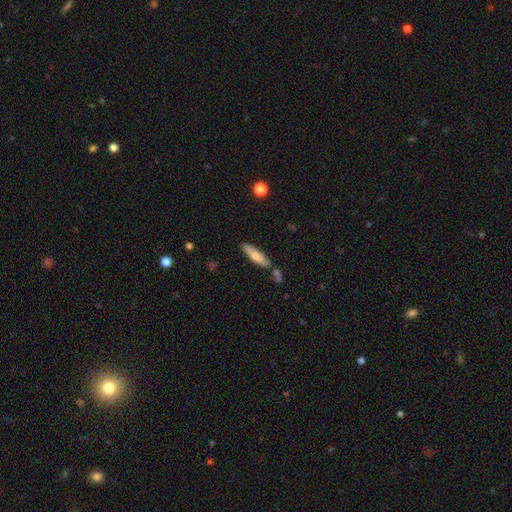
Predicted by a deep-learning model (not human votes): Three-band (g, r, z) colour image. It shows a smooth galaxy with no disk features (75%) that is cigar-shaped (79%). Merging: none (75%).